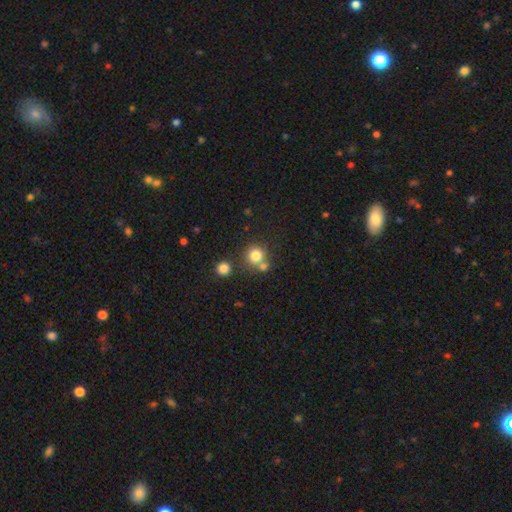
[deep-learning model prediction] This appears to be a smooth galaxy with no disk features (79%) that is round (90%). Merging: none (63%).